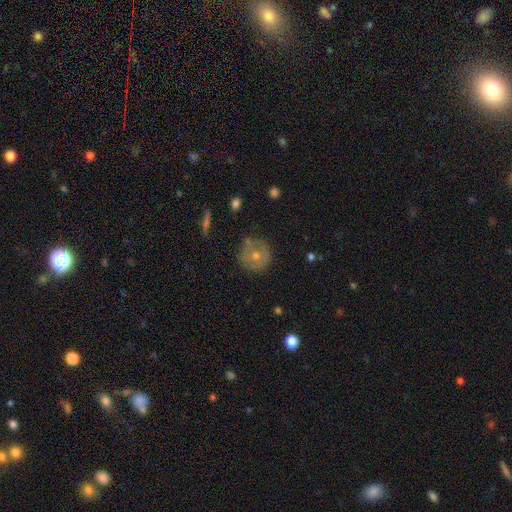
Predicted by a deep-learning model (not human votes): smooth 56%, featured or disk 36%, star or artifact 8%. Down the decision tree: how rounded — round (92%); merging — none (73%).